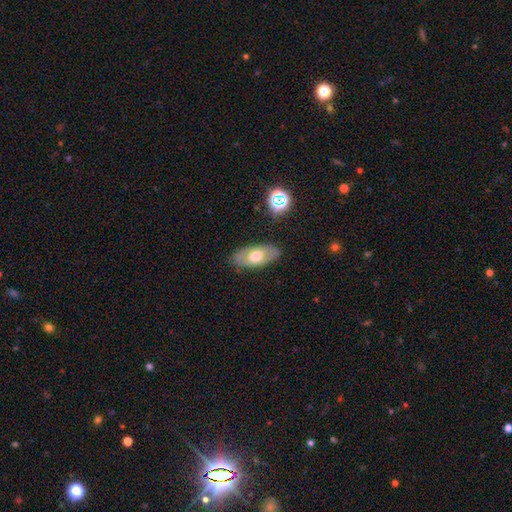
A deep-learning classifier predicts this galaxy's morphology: A smooth galaxy with no disk features (53%) that is in between round and cigar-shaped (89%). Merging: none (82%).